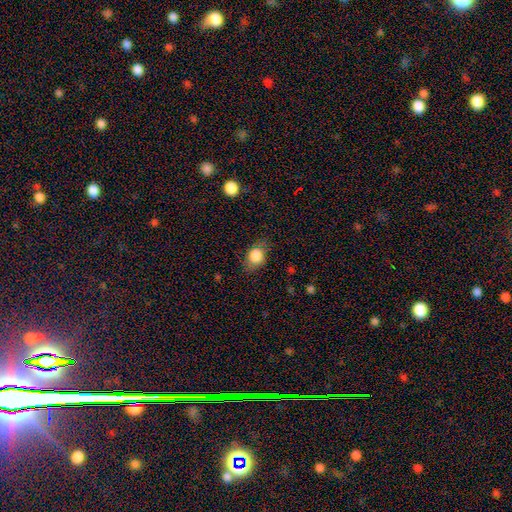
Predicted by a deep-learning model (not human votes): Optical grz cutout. It shows a smooth galaxy with no disk features (81%) that is in between round and cigar-shaped (63%). Merging: none (73%).